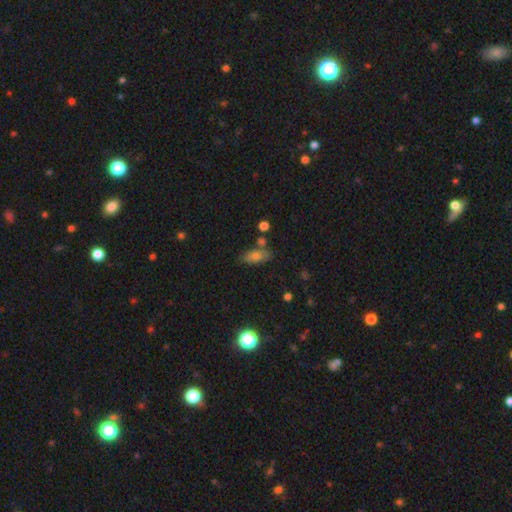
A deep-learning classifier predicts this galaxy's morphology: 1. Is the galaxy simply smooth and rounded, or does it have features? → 73% smooth, 16% featured or disk, 11% star or artifact.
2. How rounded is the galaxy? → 80% in between, 15% cigar-shaped, 5% round.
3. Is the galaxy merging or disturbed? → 70% none, 15% minor disturbance, 11% merger, 4% major disturbance.